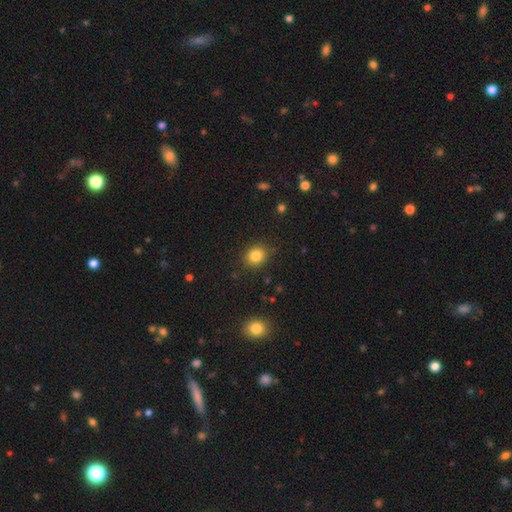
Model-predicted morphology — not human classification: This appears to be a smooth galaxy with no disk features (84%) that is round (68%). Merging: none (87%).